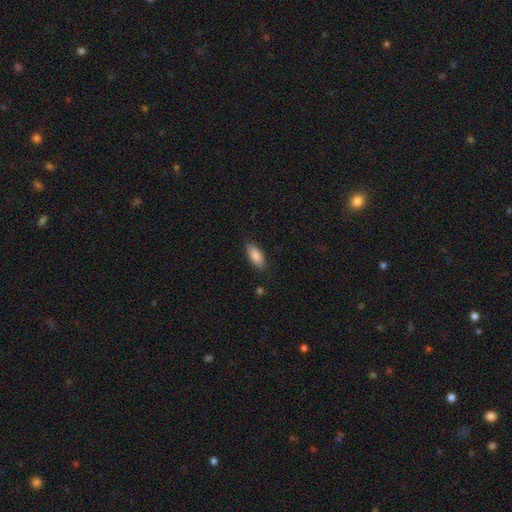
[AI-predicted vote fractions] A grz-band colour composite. It shows a smooth galaxy with no disk features (87%) that is in between round and cigar-shaped (80%). Merging: none (83%).